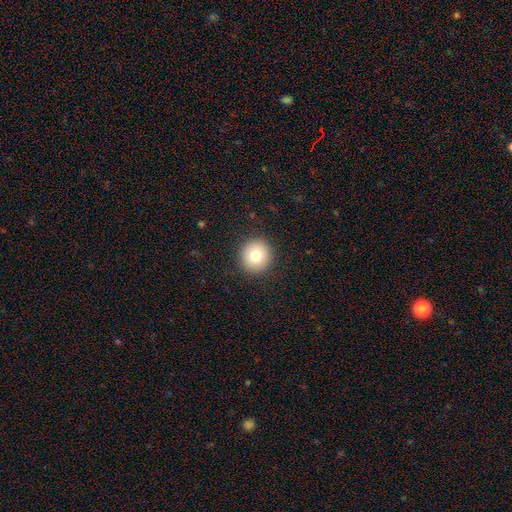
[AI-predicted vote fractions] This is likely a smooth galaxy (78%). How rounded: clearly round (93%). Merging: clearly none (92%).